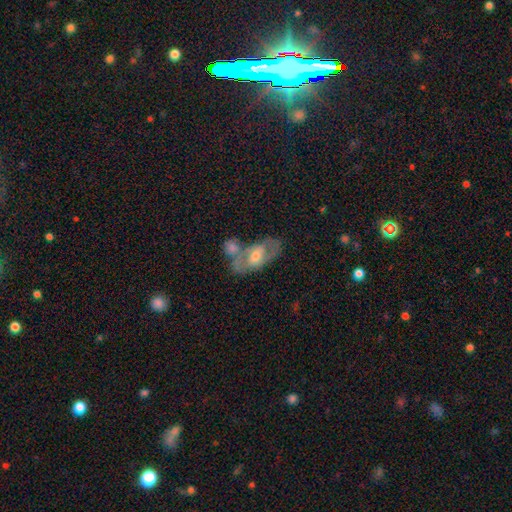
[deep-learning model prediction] Smooth or featured? featured or disk (62%)
Edge-on disk? no (91%)
Bar? no (43%)
Spiral arms? yes (60%)
Bulge size? moderate (60%)
Merging? none (42%)